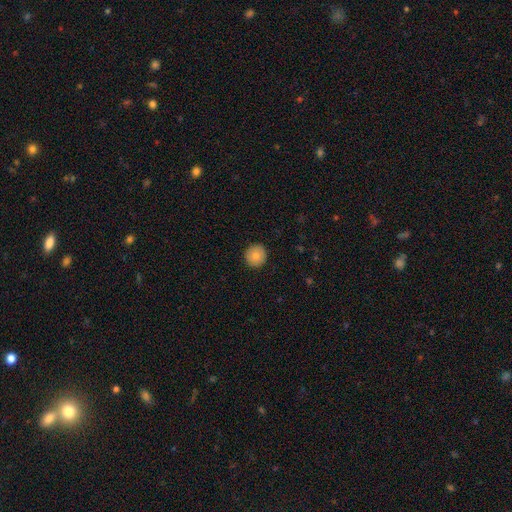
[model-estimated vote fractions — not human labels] Q: Smooth or featured?
A: smooth (82%); runner-up: featured or disk (10%)
Q: How rounded?
A: round (95%); runner-up: in between (4%)
Q: Merging?
A: none (92%); runner-up: minor disturbance (6%)